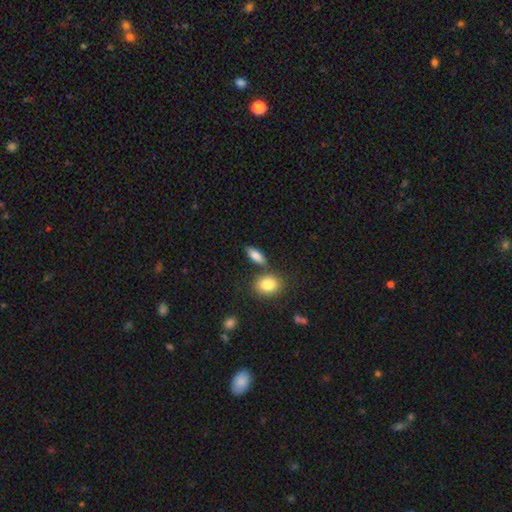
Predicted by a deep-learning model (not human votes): Smooth or featured: smooth — 81% (featured or disk — 11%)
How rounded: in between — 71% (cigar-shaped — 21%)
Merging: none — 71% (merger — 13%)